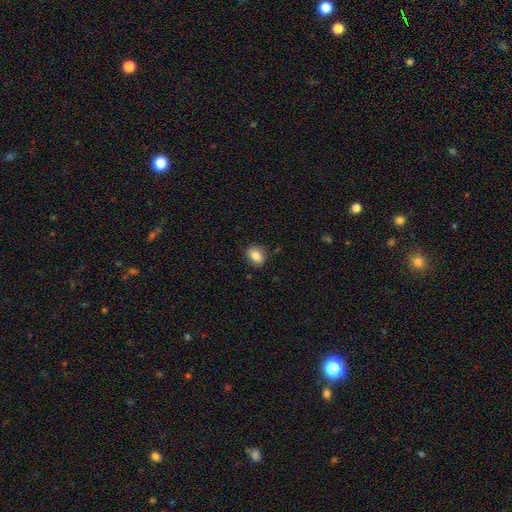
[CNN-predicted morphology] Smooth or featured?
  - smooth: 83% *
  - star or artifact: 9%
  - featured or disk: 8%
How rounded?
  - in between: 52% *
  - round: 47%
  - cigar-shaped: 1%
Merging?
  - none: 85% *
  - minor disturbance: 11%
  - major disturbance: 2%
  - merger: 1%